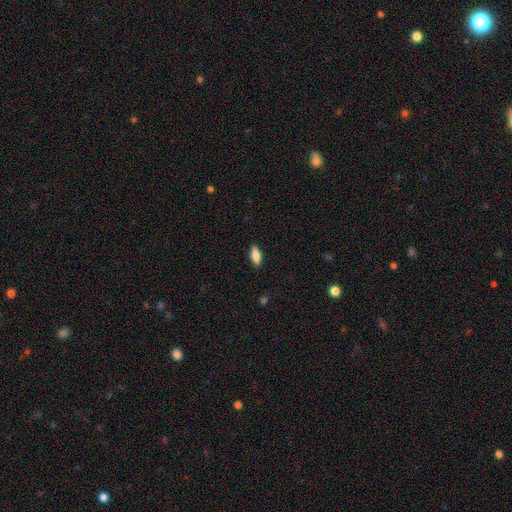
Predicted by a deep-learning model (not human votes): Morphology: type=smooth (82%); roundness=in between (76%); merging=none (88%).